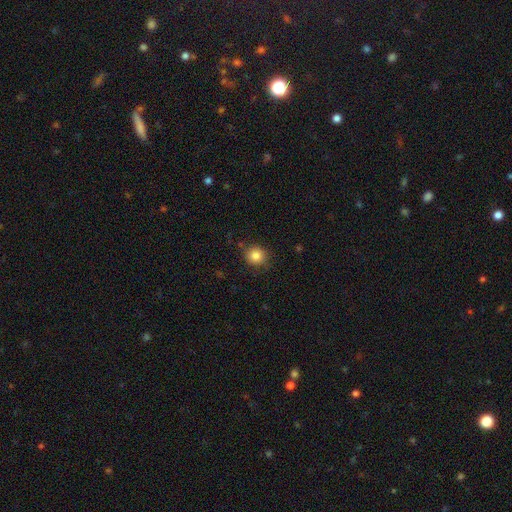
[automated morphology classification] A smooth galaxy with no disk features (84%) that is round (88%).

Vote fractions:
- Smooth or featured? smooth: 84% / star or artifact: 11% / featured or disk: 6%
- How rounded? round: 88% / in between: 11% / cigar-shaped: 1%
- Merging? none: 84% / minor disturbance: 12% / major disturbance: 3% / merger: 2%